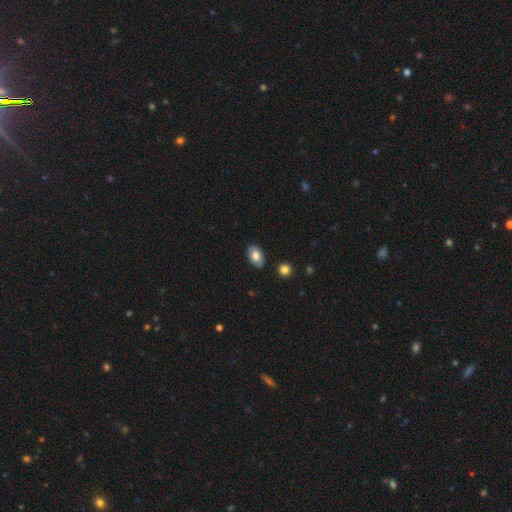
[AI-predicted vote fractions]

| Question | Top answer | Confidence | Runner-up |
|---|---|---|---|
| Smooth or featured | smooth | 72% | featured or disk (21%) |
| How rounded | in between | 88% | round (11%) |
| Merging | none | 86% | minor disturbance (10%) |